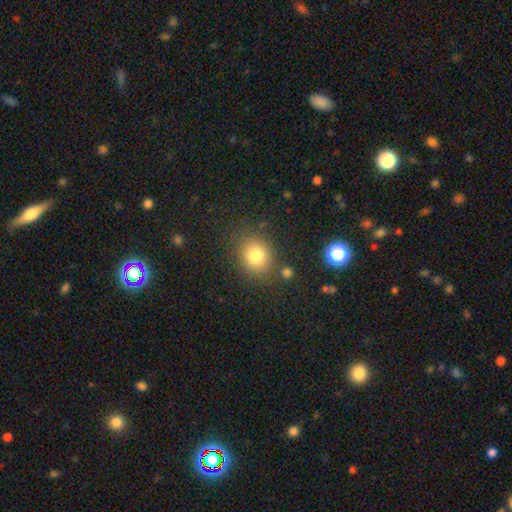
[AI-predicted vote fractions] The model was most divided on "how rounded": round: 69%, in between: 30%, cigar-shaped: 1%. More confident: merging — none (81%); smooth or featured — smooth (79%).